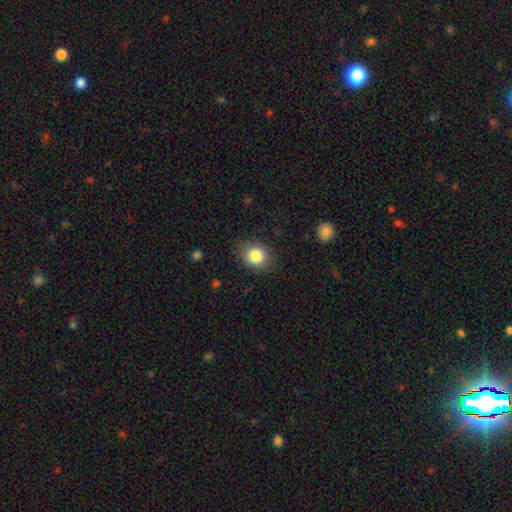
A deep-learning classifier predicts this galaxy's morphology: smooth_or_featured: smooth (p=0.84) [alt: star or artifact p=0.10]
how_rounded: round (p=0.72) [alt: in between p=0.27]
merging: none (p=0.83) [alt: minor disturbance p=0.13]